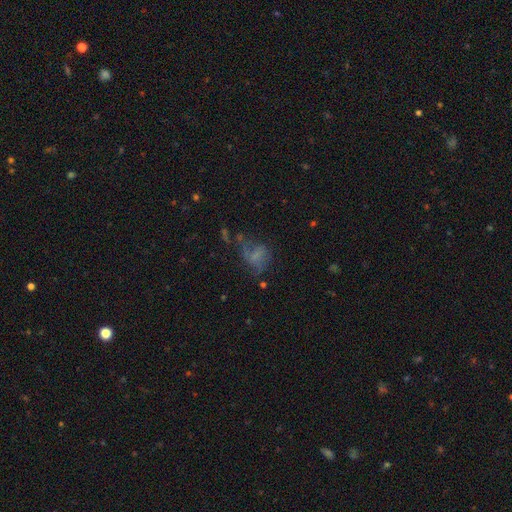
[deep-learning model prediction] Q: Smooth or featured?
A: smooth (46%); runner-up: featured or disk (34%)
Q: Merging?
A: major disturbance (39%); runner-up: none (32%)